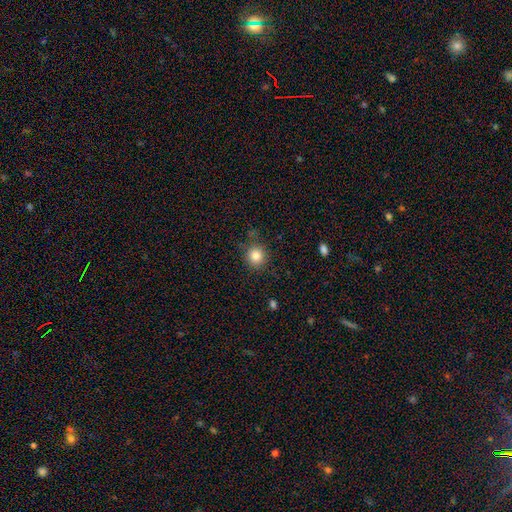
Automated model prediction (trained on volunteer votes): Morphology: type=smooth (84%); roundness=round (90%); merging=none (83%).